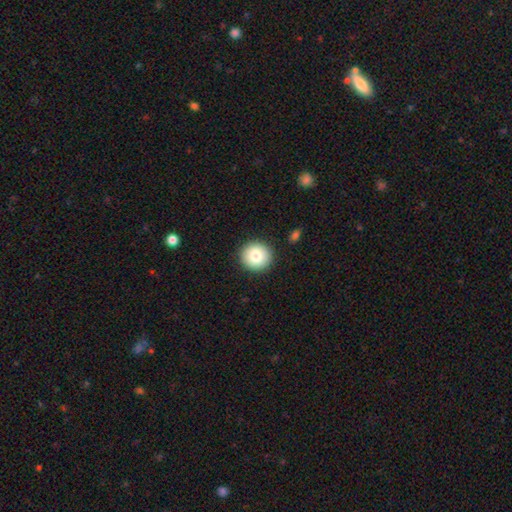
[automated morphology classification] type=smooth (82%); roundness=round (94%); merging=none (91%).